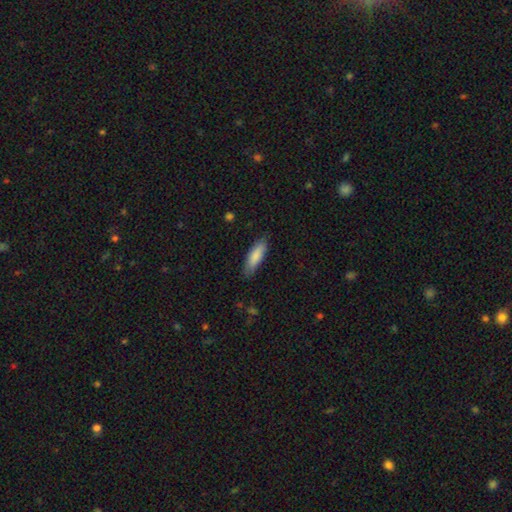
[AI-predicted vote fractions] smooth_or_featured: smooth (p=0.85) [alt: featured or disk p=0.09]
how_rounded: in between (p=0.50) [alt: cigar-shaped p=0.49]
merging: none (p=0.81) [alt: minor disturbance p=0.15]